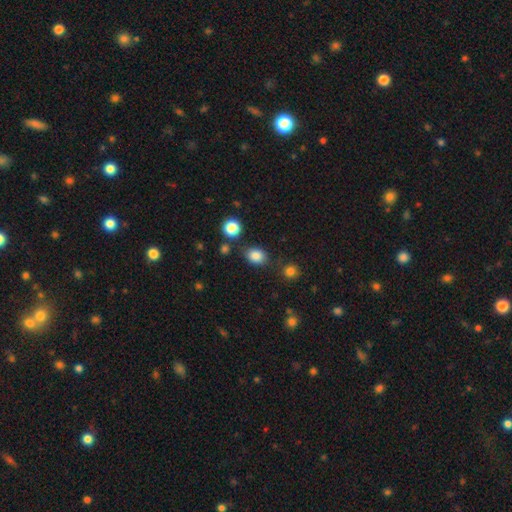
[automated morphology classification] Smooth or featured? Predicted: smooth (p=0.84). How rounded? Predicted: in between (p=0.56). Merging? Predicted: none (p=0.77).